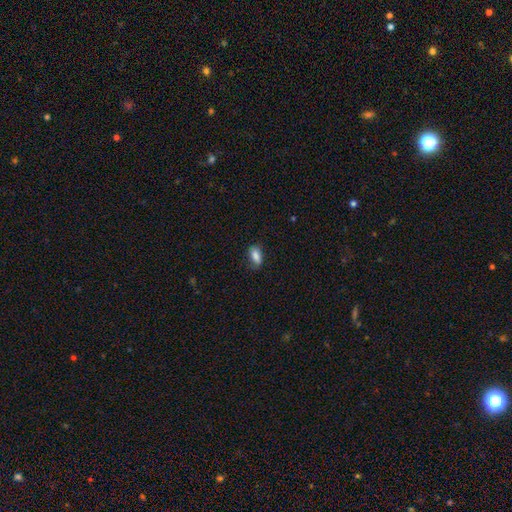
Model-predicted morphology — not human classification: A smooth galaxy with no disk features (83%) that is in between round and cigar-shaped (87%). Merging: none (70%).